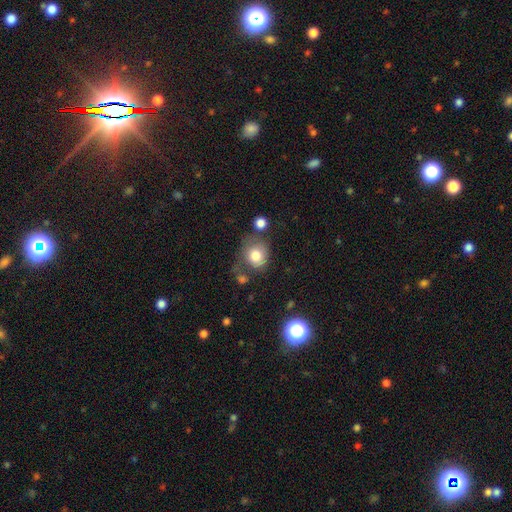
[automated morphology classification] Smooth or featured? smooth (78%)
How rounded? round (70%)
Merging? none (53%)